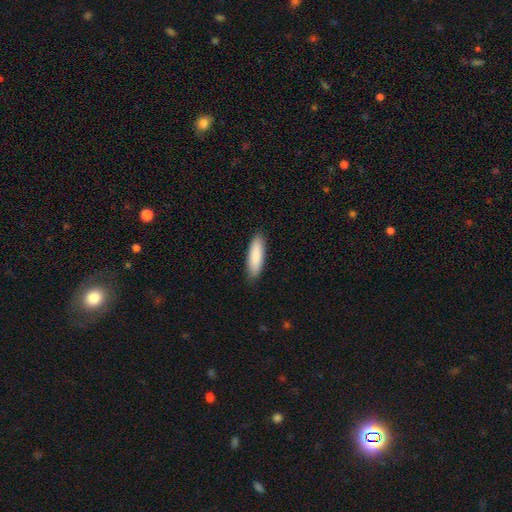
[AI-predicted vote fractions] Smooth or featured? Predicted: smooth (p=0.87). How rounded? Predicted: cigar-shaped (p=0.52). Merging? Predicted: none (p=0.88).